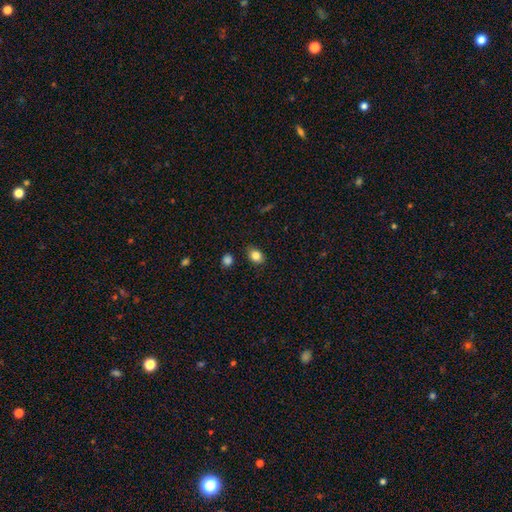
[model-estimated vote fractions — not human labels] This is clearly a smooth galaxy (84%). How rounded: likely in between (69%). Merging: clearly none (85%).